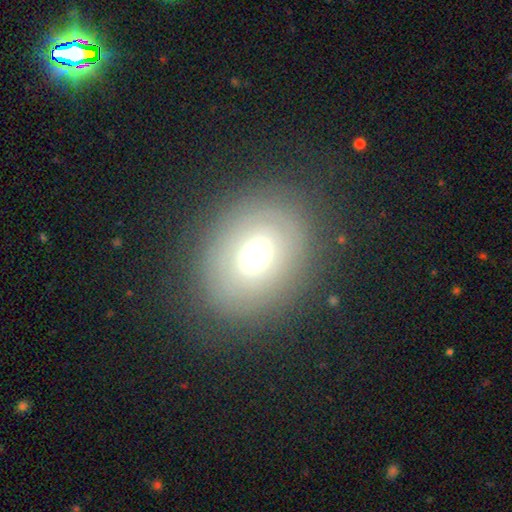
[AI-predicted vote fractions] A smooth galaxy with no disk features (57%) that is in between round and cigar-shaped (58%). Merging: none (83%).